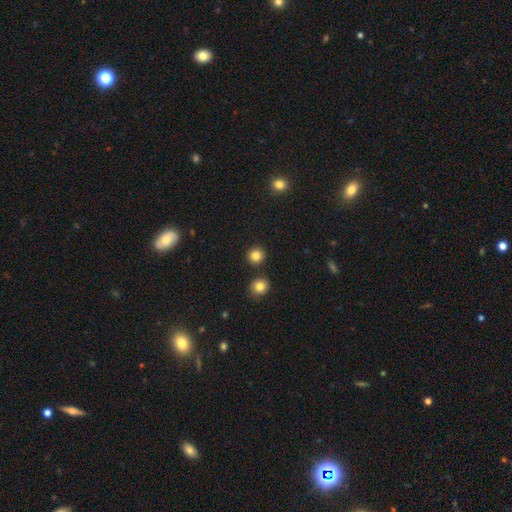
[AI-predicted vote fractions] Smooth or featured? Predicted: smooth (p=0.84). How rounded? Predicted: round (p=0.92). Merging? Predicted: none (p=0.88).